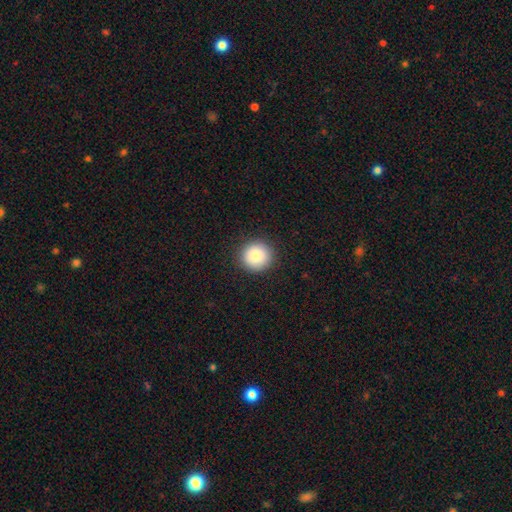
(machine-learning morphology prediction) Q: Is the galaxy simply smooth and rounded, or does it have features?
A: smooth — 86%.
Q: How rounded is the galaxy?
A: round — 94%.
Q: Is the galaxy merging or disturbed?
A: none — 91%.